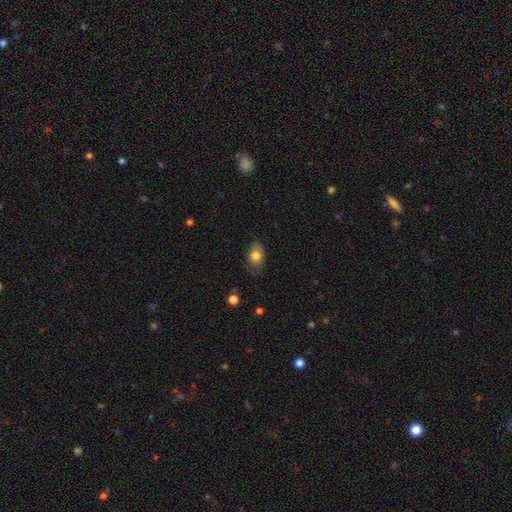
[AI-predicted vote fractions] Smooth or featured?
  - smooth: 79% *
  - featured or disk: 13%
  - star or artifact: 8%
How rounded?
  - in between: 85% *
  - round: 13%
  - cigar-shaped: 2%
Merging?
  - none: 75% *
  - minor disturbance: 20%
  - major disturbance: 4%
  - merger: 1%